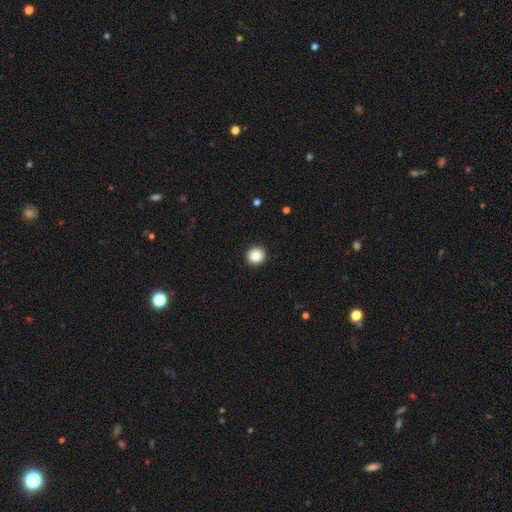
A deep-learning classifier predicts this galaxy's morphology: A smooth galaxy with no disk features (84%) that is round (94%). Merging: none (93%).